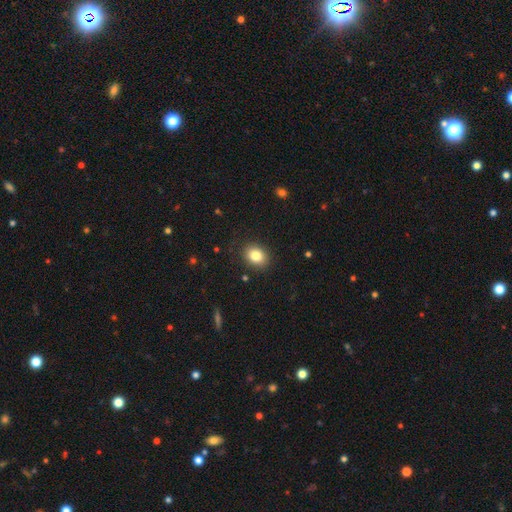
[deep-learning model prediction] Smooth or featured?
  - smooth: 83% *
  - star or artifact: 9%
  - featured or disk: 7%
How rounded?
  - in between: 56% *
  - round: 43%
  - cigar-shaped: 1%
Merging?
  - none: 87% *
  - minor disturbance: 9%
  - major disturbance: 3%
  - merger: 1%